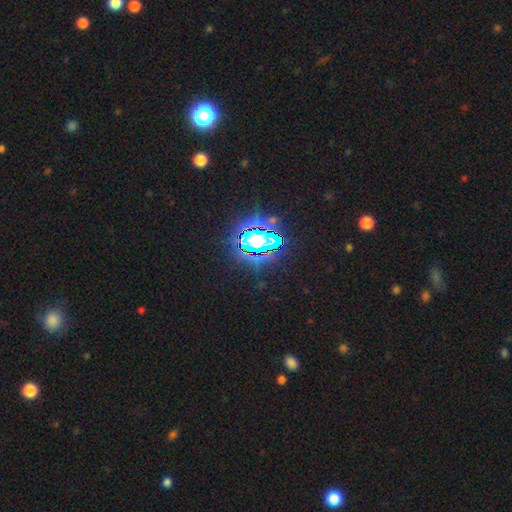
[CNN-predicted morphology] Smooth or featured? star or artifact (77%)